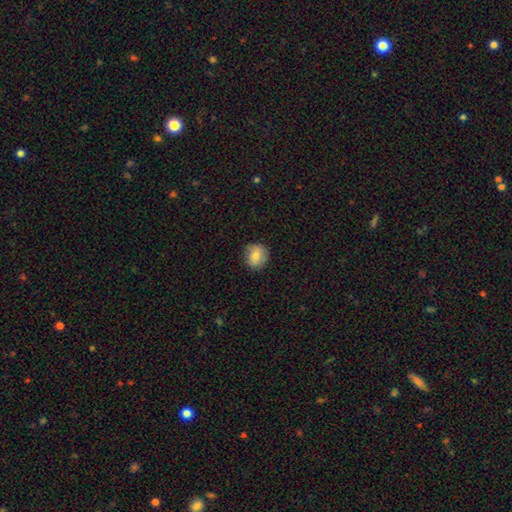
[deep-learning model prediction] Smooth or featured?
  - smooth: 77% *
  - featured or disk: 15%
  - star or artifact: 8%
How rounded?
  - round: 82% *
  - in between: 17%
  - cigar-shaped: 1%
Merging?
  - none: 81% *
  - minor disturbance: 15%
  - major disturbance: 3%
  - merger: 1%